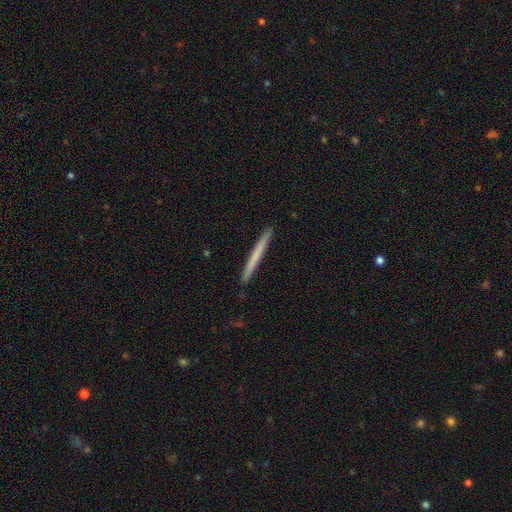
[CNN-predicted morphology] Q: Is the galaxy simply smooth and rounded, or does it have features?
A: smooth — 62%.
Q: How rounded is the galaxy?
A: cigar-shaped — 98%.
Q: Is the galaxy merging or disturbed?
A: none — 92%.